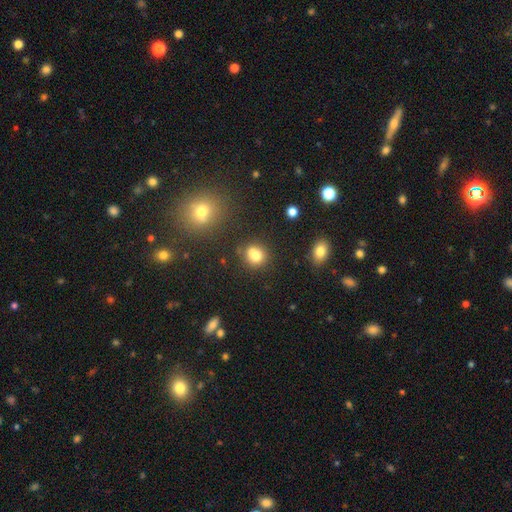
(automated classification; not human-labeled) This appears to be a smooth galaxy with no disk features (76%) that is round (73%). Merging: none (49%).